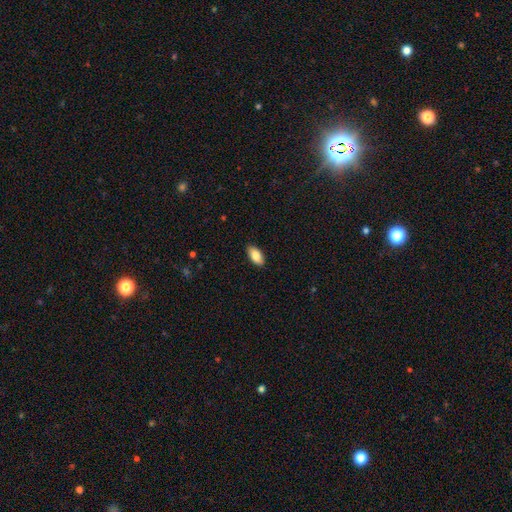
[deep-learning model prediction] The model was most divided on "smooth or featured": smooth: 86%, featured or disk: 7%, star or artifact: 6%. More confident: how rounded — in between (93%); merging — none (89%).